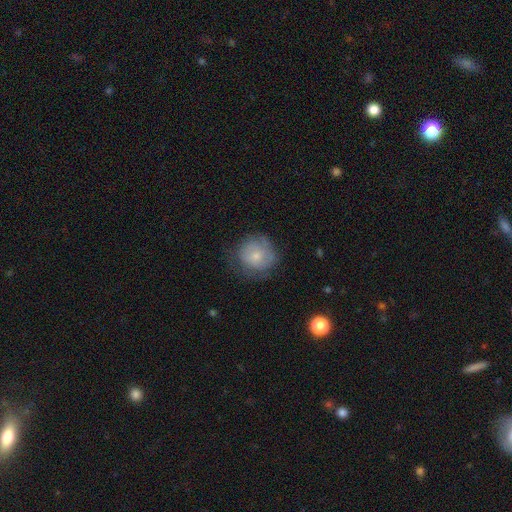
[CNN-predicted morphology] Smooth or featured? Predicted: smooth (p=0.65). How rounded? Predicted: round (p=0.87). Merging? Predicted: none (p=0.60).